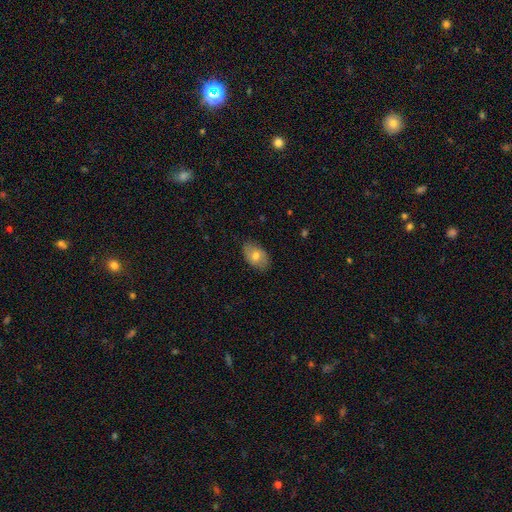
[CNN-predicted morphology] Smooth or featured: smooth — 65% (featured or disk — 28%)
How rounded: in between — 89% (round — 10%)
Merging: none — 80% (minor disturbance — 16%)